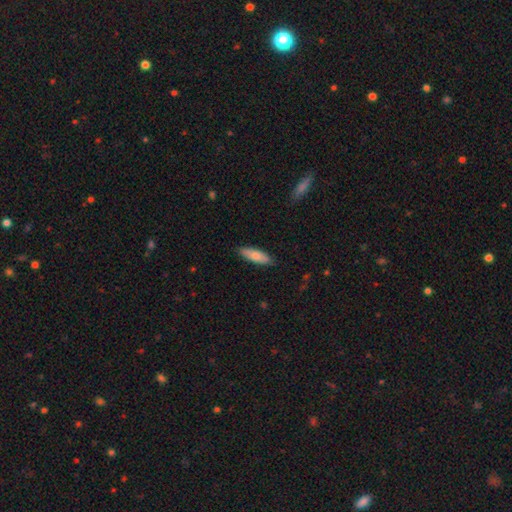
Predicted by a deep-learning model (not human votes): smooth 78%, featured or disk 17%, star or artifact 5%. Down the decision tree: how rounded — in between (53%); merging — none (86%).